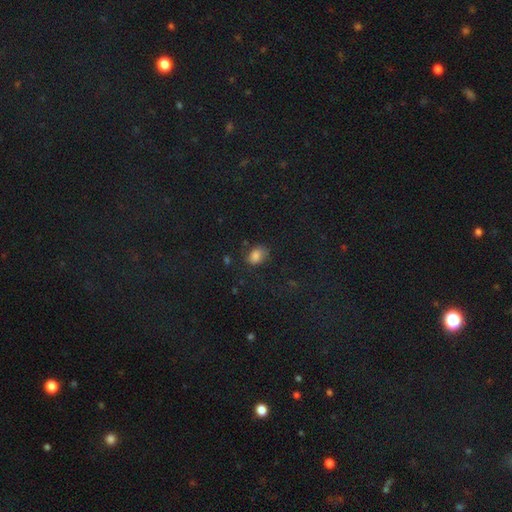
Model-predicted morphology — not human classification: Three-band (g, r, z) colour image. It shows a smooth galaxy with no disk features (78%) that is in between round and cigar-shaped (71%). Merging: none (66%).